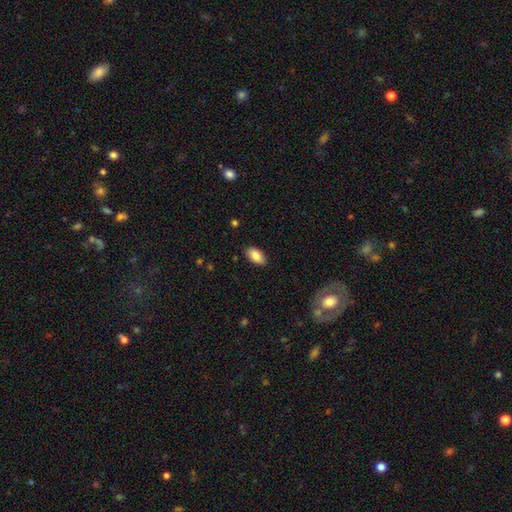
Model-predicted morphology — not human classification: smooth_or_featured: smooth (p=0.87) [alt: featured or disk p=0.07]
how_rounded: in between (p=0.94) [alt: cigar-shaped p=0.04]
merging: none (p=0.87) [alt: minor disturbance p=0.09]